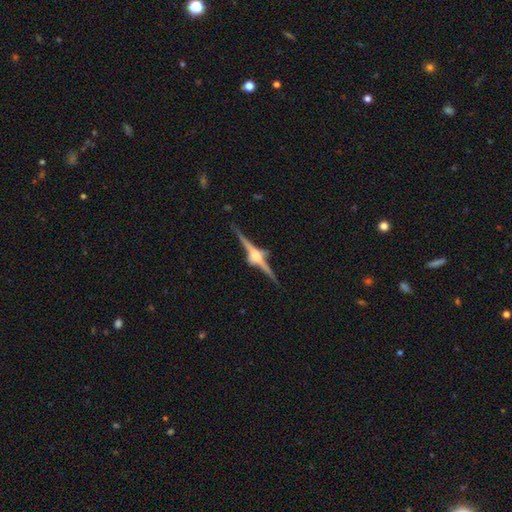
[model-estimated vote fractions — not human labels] featured or disk 87%, star or artifact 7%, smooth 6%. Down the decision tree: edge-on disk — yes (98%); edge-on bulge — rounded (91%); merging — none (86%).